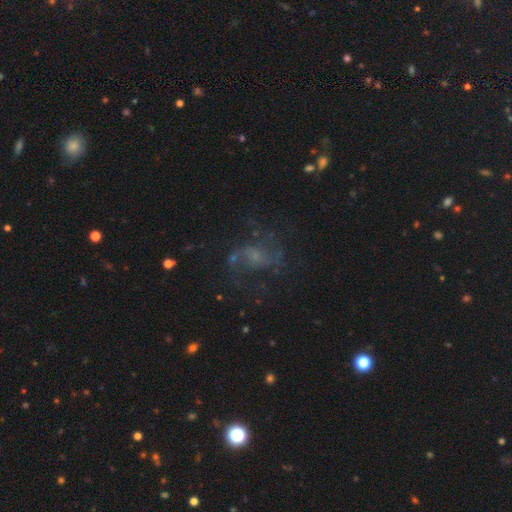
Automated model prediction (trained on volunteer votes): A featured or disk galaxy (64%) with no bar (63%), spiral arms (78%) and a small central bulge (43%).

Vote fractions:
- Smooth or featured? featured or disk: 64% / star or artifact: 19% / smooth: 17%
- Edge-on disk? no: 97% / yes: 3%
- Bar? no: 63% / weak: 31% / strong: 6%
- Spiral arms? yes: 78% / no: 22%
- Bulge size? small: 43% / none: 30% / moderate: 22% / large: 4% / dominant: 1%
- Merging? none: 56% / major disturbance: 24% / minor disturbance: 17% / merger: 3%